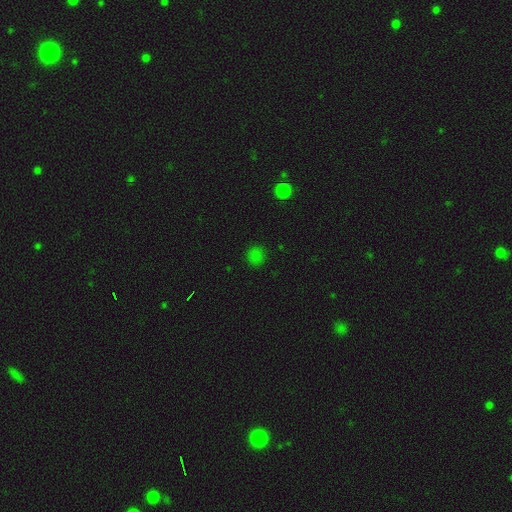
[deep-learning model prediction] smooth 75%, star or artifact 21%, featured or disk 4%. Down the decision tree: how rounded — round (86%); merging — none (86%).